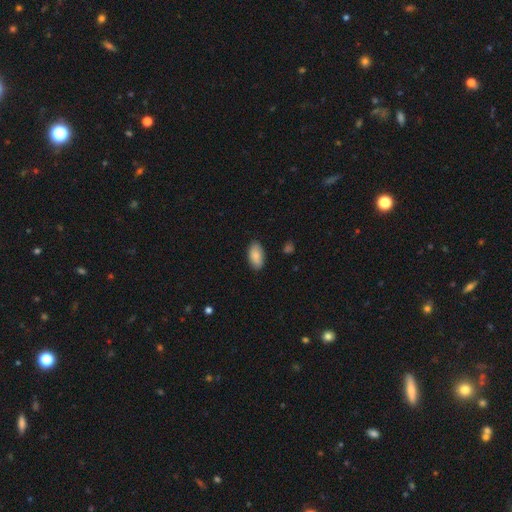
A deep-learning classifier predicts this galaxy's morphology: Smooth or featured? Predicted: smooth (p=0.88). How rounded? Predicted: in between (p=0.95). Merging? Predicted: none (p=0.86).